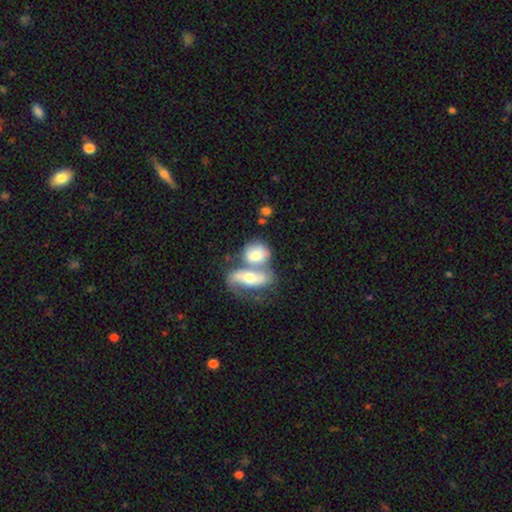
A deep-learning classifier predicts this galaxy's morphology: Smooth or featured?
  - smooth: 58% *
  - featured or disk: 36%
  - star or artifact: 7%
How rounded?
  - in between: 64% *
  - round: 32%
  - cigar-shaped: 5%
Merging?
  - merger: 67% *
  - none: 20%
  - minor disturbance: 8%
  - major disturbance: 5%